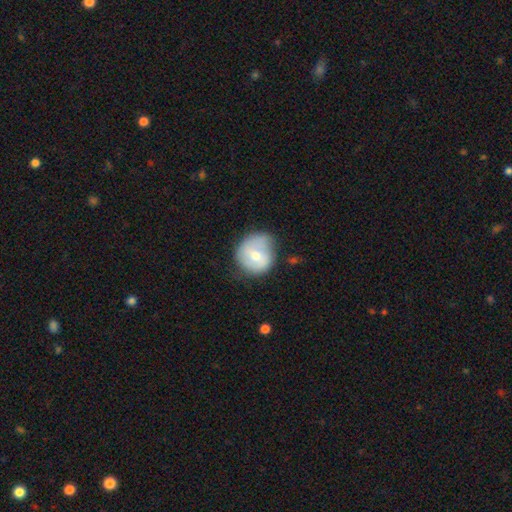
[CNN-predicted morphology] smooth 57%, featured or disk 36%, star or artifact 7%. Down the decision tree: how rounded — round (83%); merging — none (53%).